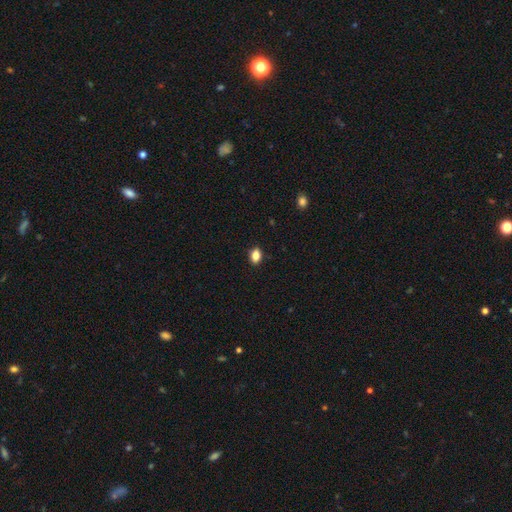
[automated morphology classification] smooth_or_featured: smooth (p=0.86) [alt: star or artifact p=0.09]
how_rounded: in between (p=0.79) [alt: round p=0.19]
merging: none (p=0.89) [alt: minor disturbance p=0.09]